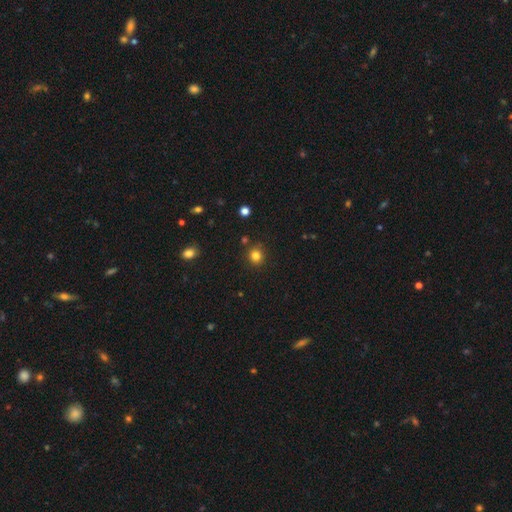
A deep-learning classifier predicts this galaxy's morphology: smooth-or-featured: smooth: 82% | star or artifact: 13% | featured or disk: 5%
  how-rounded: round: 85% | in between: 14% | cigar-shaped: 1%
  merging: none: 85% | minor disturbance: 9% | merger: 4% | major disturbance: 3%